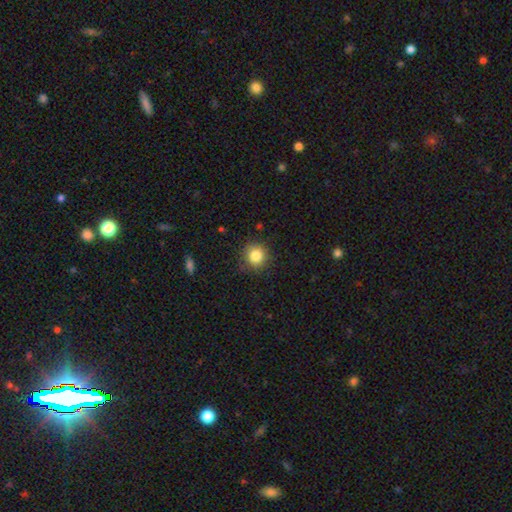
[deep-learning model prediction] This is clearly a smooth galaxy (84%). How rounded: clearly round (90%). Merging: clearly none (85%).